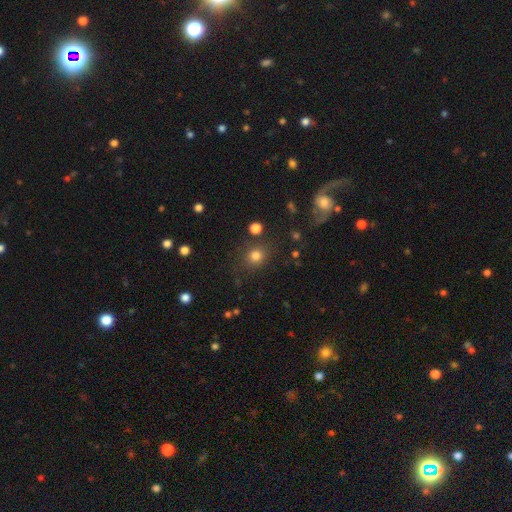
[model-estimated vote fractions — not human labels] smooth_or_featured: smooth (p=0.78) [alt: star or artifact p=0.15]
how_rounded: round (p=0.82) [alt: in between p=0.17]
merging: none (p=0.80) [alt: minor disturbance p=0.10]